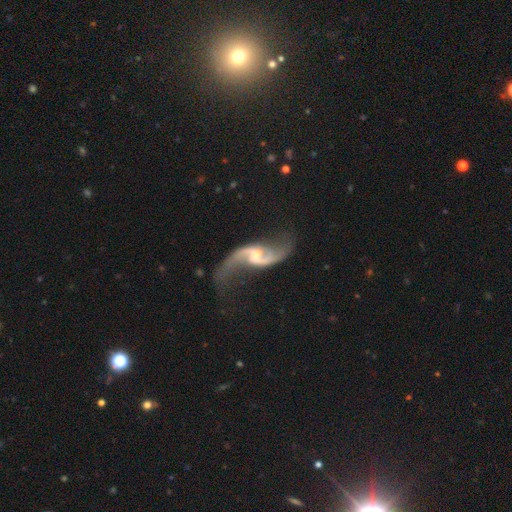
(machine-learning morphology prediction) Smooth or featured? Predicted: featured or disk (p=0.92). Edge-on disk? Predicted: no (p=0.97). Bar? Predicted: weak (p=0.51). Spiral arms? Predicted: yes (p=0.97). Spiral winding? Predicted: loose (p=0.88). Spiral arm count? Predicted: 2 (p=0.94). Bulge size? Predicted: small (p=0.49). Merging? Predicted: none (p=0.66).